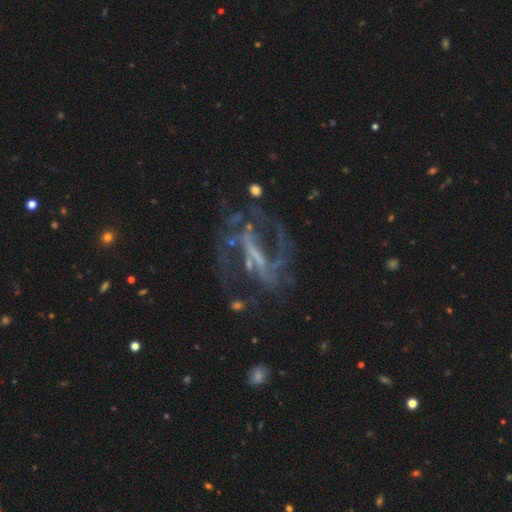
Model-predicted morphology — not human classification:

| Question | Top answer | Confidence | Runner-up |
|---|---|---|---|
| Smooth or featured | featured or disk | 81% | star or artifact (12%) |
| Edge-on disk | no | 92% | yes (8%) |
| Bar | strong | 61% | weak (25%) |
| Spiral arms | yes | 79% | no (21%) |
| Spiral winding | medium | 45% | loose (34%) |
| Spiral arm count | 2 | 64% | can't tell (19%) |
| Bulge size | none | 52% | small (29%) |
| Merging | none | 51% | major disturbance (28%) |